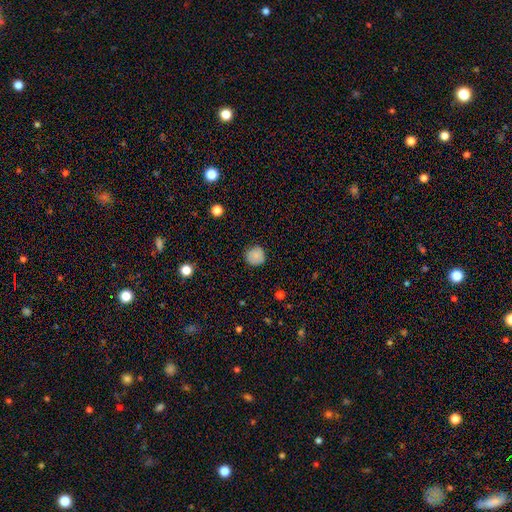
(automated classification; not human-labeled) Overall: smooth (82%). How rounded: round (94%). Merging: none (86%).